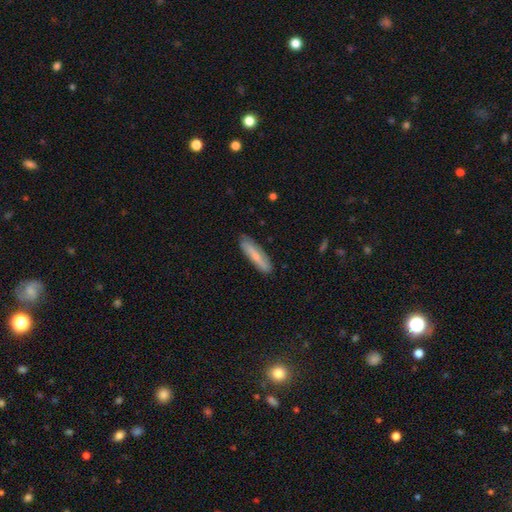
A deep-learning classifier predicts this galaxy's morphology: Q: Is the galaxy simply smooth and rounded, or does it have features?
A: smooth — 58%.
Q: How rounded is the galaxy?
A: cigar-shaped — 76%.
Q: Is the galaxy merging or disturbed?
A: none — 86%.